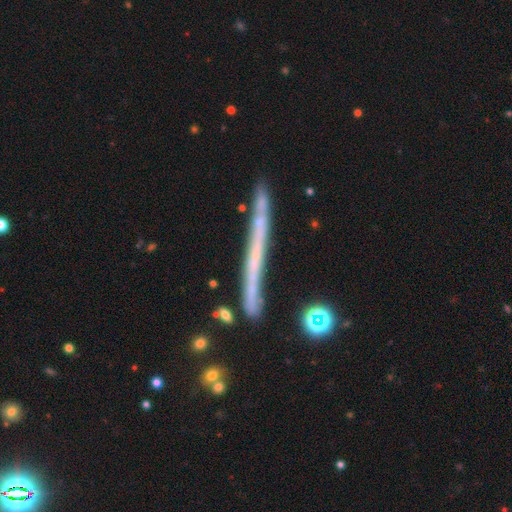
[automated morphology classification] Q: Smooth or featured?
A: featured or disk (59%); runner-up: smooth (32%)
Q: Edge-on disk?
A: yes (95%); runner-up: no (5%)
Q: Edge-on bulge?
A: none (92%); runner-up: rounded (5%)
Q: Merging?
A: none (81%); runner-up: minor disturbance (13%)